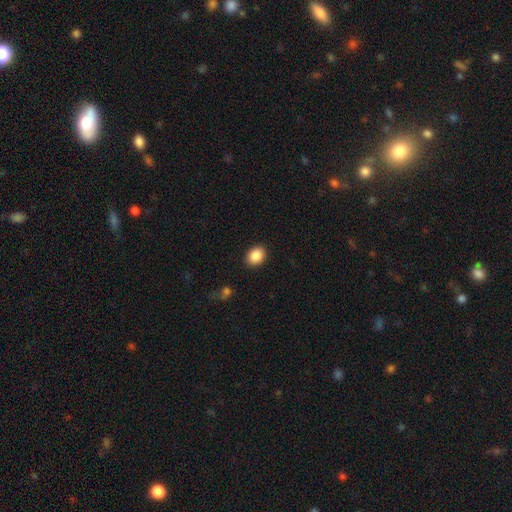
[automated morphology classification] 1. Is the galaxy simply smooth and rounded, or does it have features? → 88% smooth, 8% star or artifact, 4% featured or disk.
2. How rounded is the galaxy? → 50% in between, 49% round, 1% cigar-shaped.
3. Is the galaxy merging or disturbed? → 89% none, 7% minor disturbance, 2% major disturbance, 1% merger.